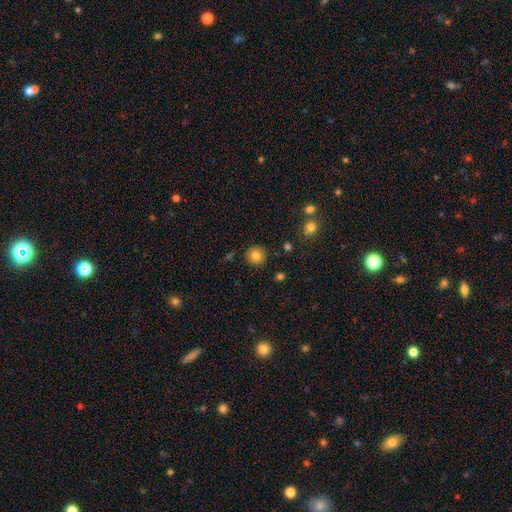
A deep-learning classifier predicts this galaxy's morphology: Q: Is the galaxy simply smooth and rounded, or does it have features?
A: smooth — 83%.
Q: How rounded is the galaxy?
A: round — 94%.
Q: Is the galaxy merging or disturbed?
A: none — 90%.